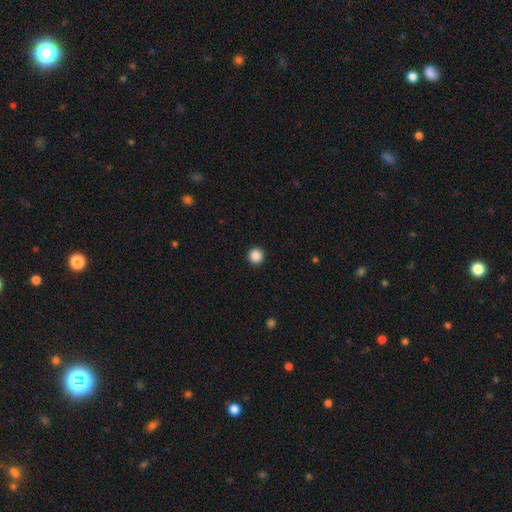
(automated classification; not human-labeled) This appears to be a smooth galaxy with no disk features (88%) that is round (96%). Merging: none (94%).